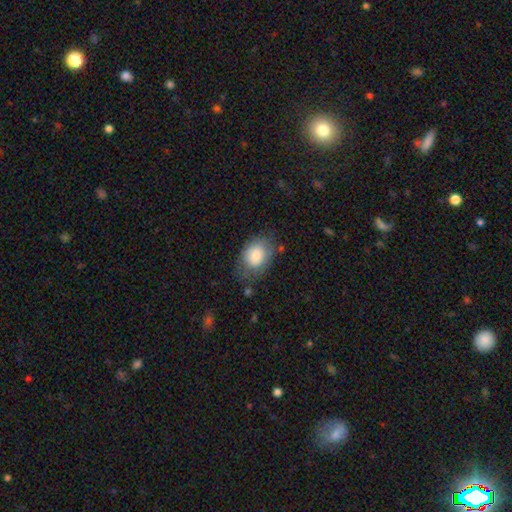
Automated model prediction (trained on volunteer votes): Morphology: type=smooth (82%); roundness=in between (72%); merging=none (59%).